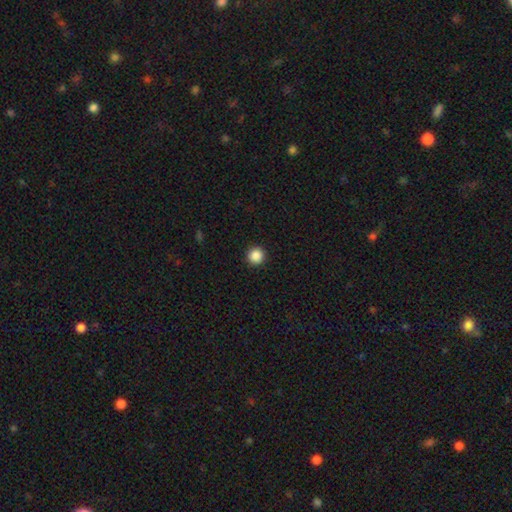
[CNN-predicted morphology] Smooth or featured?
  - smooth: 88% *
  - star or artifact: 10%
  - featured or disk: 3%
How rounded?
  - round: 96% *
  - in between: 3%
  - cigar-shaped: 1%
Merging?
  - none: 94% *
  - minor disturbance: 4%
  - major disturbance: 1%
  - merger: 1%